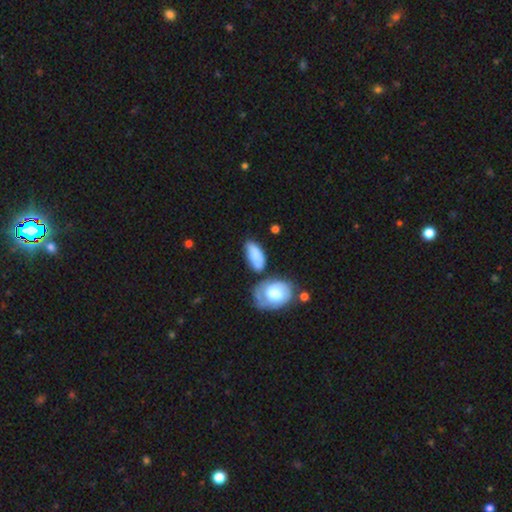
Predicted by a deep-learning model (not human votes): Smooth or featured: smooth — 75% (featured or disk — 19%)
How rounded: in between — 90% (cigar-shaped — 6%)
Merging: none — 50% (minor disturbance — 24%)